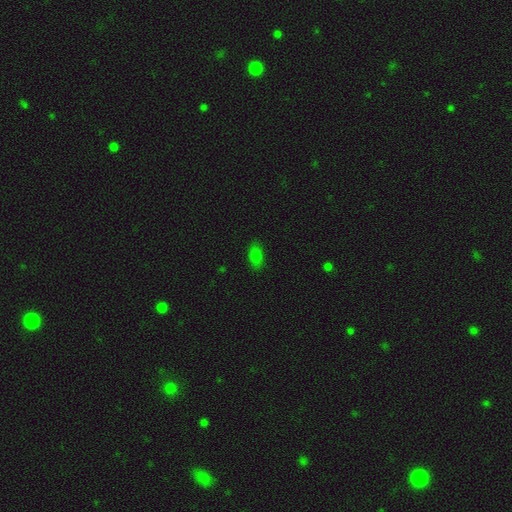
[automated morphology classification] Smooth or featured? smooth (77%)
How rounded? in between (85%)
Merging? none (85%)